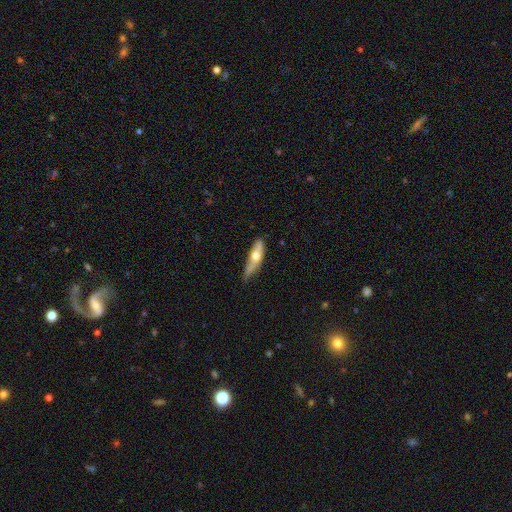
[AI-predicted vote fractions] Overall: smooth (51%; featured or disk 43%). How rounded: cigar-shaped (65%; in between 32%). Merging: none (55%; minor disturbance 33%).